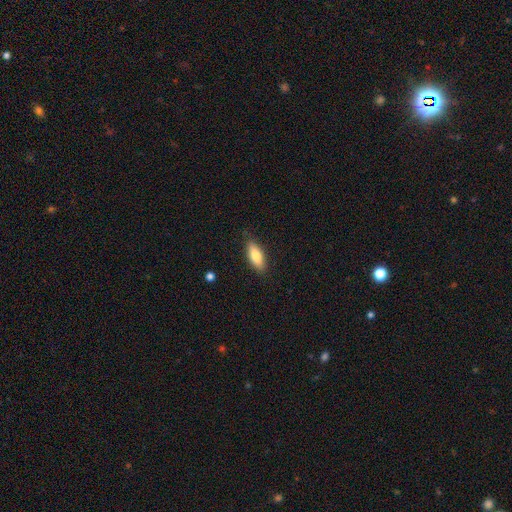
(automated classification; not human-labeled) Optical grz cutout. It shows a smooth galaxy with no disk features (78%) that is in between round and cigar-shaped (72%). Merging: none (85%).